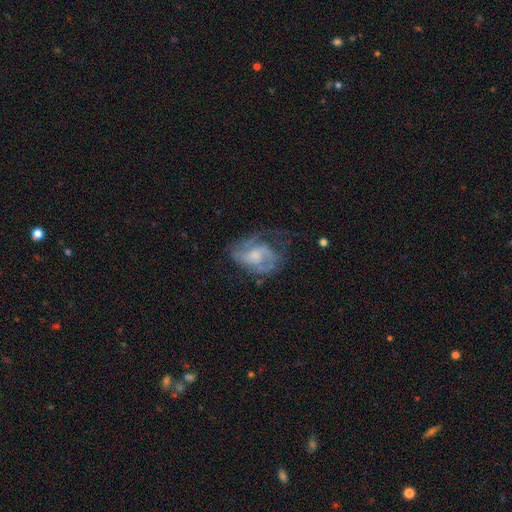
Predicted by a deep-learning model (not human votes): The model was most divided on "bulge size": moderate: 41%, small: 40%, none: 11%, large: 6%, dominant: 1%. Remaining: edge-on disk — no (97%); spiral arms — yes (84%); smooth or featured — featured or disk (73%); bar — no (60%); spiral arm count — 2 (54%); spiral winding — medium (47%); merging — none (44%).